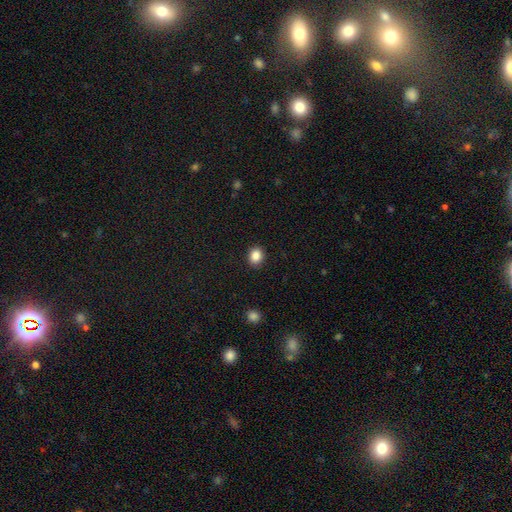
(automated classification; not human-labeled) A smooth galaxy with no disk features (87%) that is round (59%).

Vote fractions:
- Smooth or featured? smooth: 87% / star or artifact: 9% / featured or disk: 4%
- How rounded? round: 59% / in between: 40% / cigar-shaped: 1%
- Merging? none: 90% / minor disturbance: 7% / major disturbance: 2% / merger: 1%